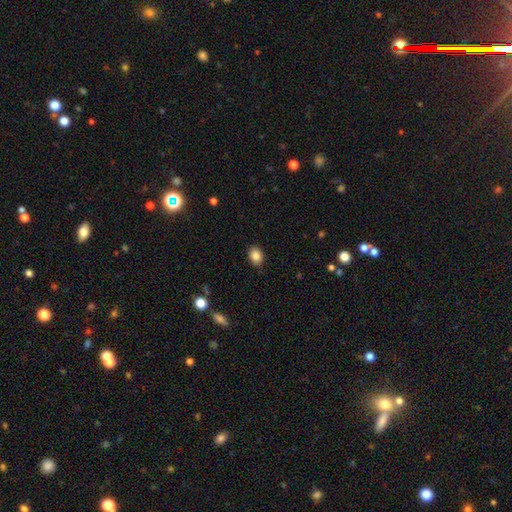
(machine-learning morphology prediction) A smooth galaxy with no disk features (85%) that is in between round and cigar-shaped (59%).

Vote fractions:
- Smooth or featured? smooth: 85% / star or artifact: 9% / featured or disk: 6%
- How rounded? in between: 59% / round: 40% / cigar-shaped: 1%
- Merging? none: 85% / minor disturbance: 12% / major disturbance: 2% / merger: 1%